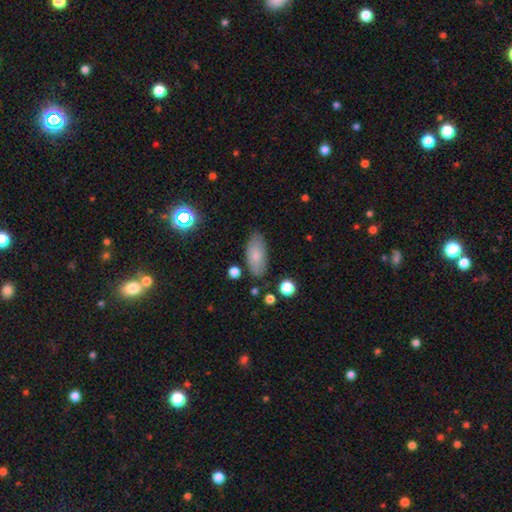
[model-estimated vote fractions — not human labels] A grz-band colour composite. It shows a smooth galaxy with no disk features (77%) that is in between round and cigar-shaped (88%). Merging: none (80%).